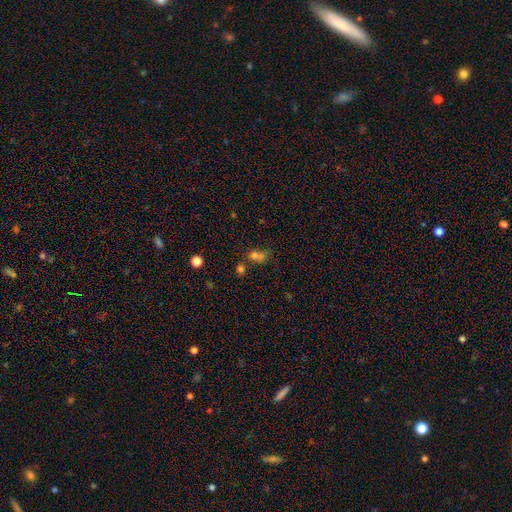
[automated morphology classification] A smooth galaxy with no disk features (59%) that is round (50%).

Vote fractions:
- Smooth or featured? smooth: 59% / star or artifact: 26% / featured or disk: 15%
- How rounded? round: 50% / in between: 46% / cigar-shaped: 4%
- Merging? merger: 45% / none: 34% / minor disturbance: 12% / major disturbance: 9%